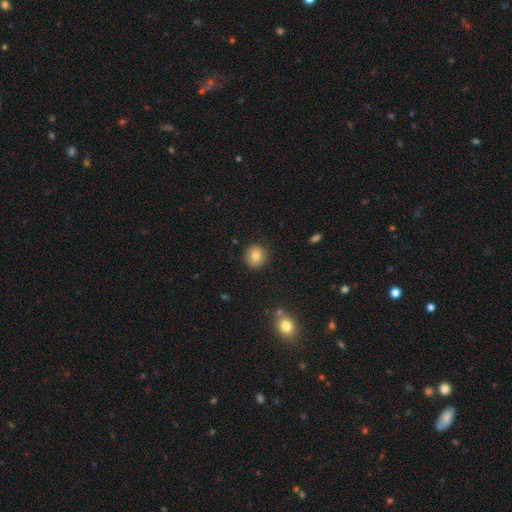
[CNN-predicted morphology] smooth-or-featured: smooth: 80% | star or artifact: 11% | featured or disk: 9%
  how-rounded: round: 90% | in between: 9% | cigar-shaped: 1%
  merging: none: 89% | minor disturbance: 7% | major disturbance: 2% | merger: 1%